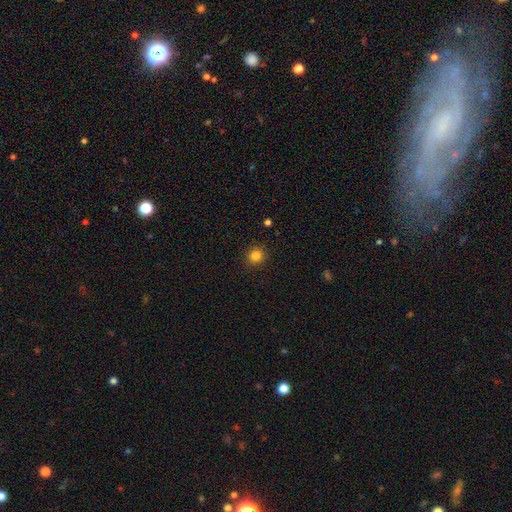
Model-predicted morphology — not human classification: Smooth or featured: smooth — 83% (star or artifact — 12%)
How rounded: round — 89% (in between — 10%)
Merging: none — 91% (minor disturbance — 6%)